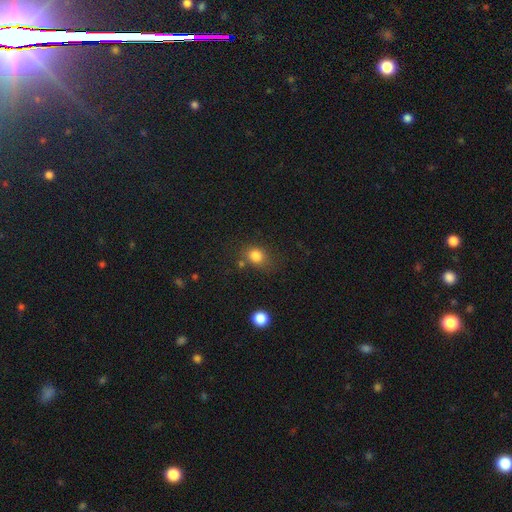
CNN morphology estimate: type=smooth (82%); roundness=round (59%); merging=none (64%).